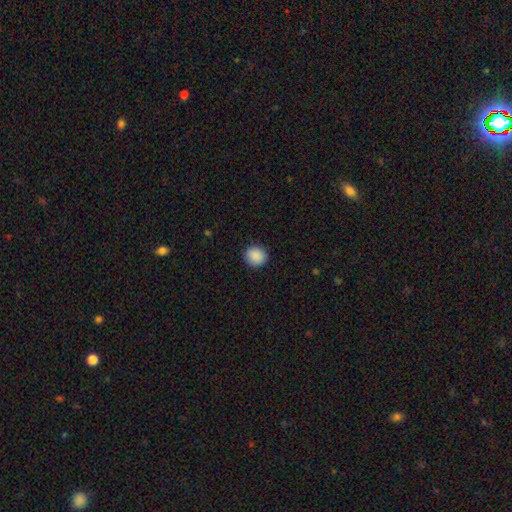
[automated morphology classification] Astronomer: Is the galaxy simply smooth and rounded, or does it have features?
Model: smooth — 89%.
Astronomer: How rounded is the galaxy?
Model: round — 83%.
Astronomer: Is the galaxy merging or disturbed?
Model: none — 90%.